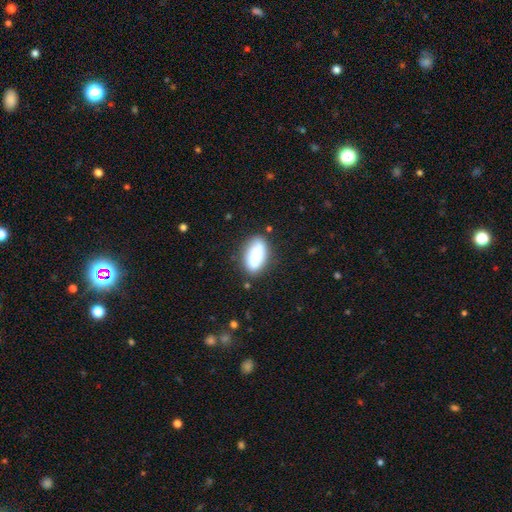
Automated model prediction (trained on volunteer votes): The model was most divided on "merging": none: 76%, minor disturbance: 16%, major disturbance: 5%, merger: 3%. More confident: how rounded — in between (92%); smooth or featured — smooth (82%).